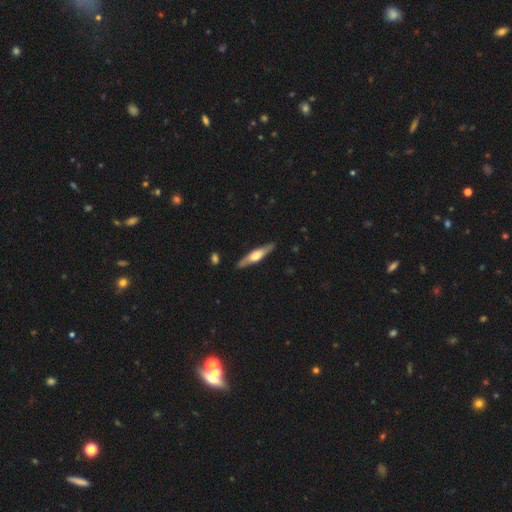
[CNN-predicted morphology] This appears to be a featured or disk galaxy (60%) viewed edge-on (93%) with a rounded central bulge (86%). Merging: none (88%).